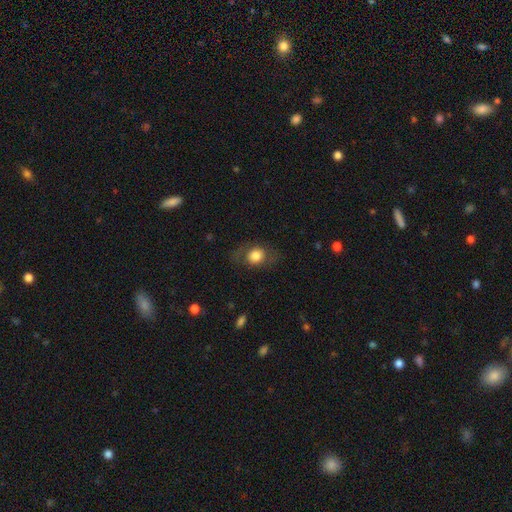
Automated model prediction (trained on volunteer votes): This is likely a smooth galaxy (73%). How rounded: possibly round (52%). Merging: likely none (74%).